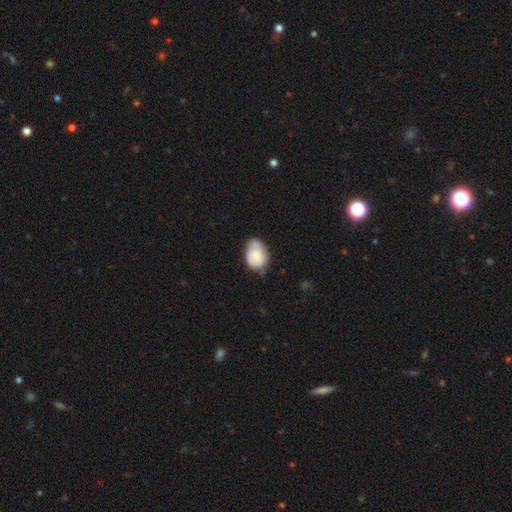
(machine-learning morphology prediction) A smooth galaxy with no disk features (68%) that is in between round and cigar-shaped (74%).

Vote fractions:
- Smooth or featured? smooth: 68% / featured or disk: 25% / star or artifact: 7%
- How rounded? in between: 74% / round: 25% / cigar-shaped: 1%
- Merging? none: 54% / minor disturbance: 36% / major disturbance: 7% / merger: 3%